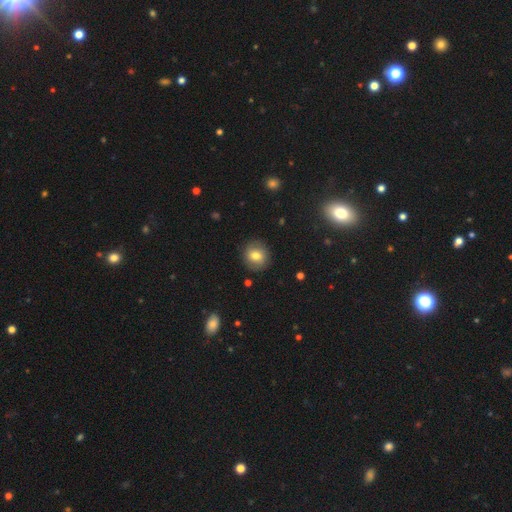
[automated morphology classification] The model was most divided on "smooth or featured": smooth: 72%, featured or disk: 18%, star or artifact: 10%. More confident: merging — none (87%); how rounded — round (85%).